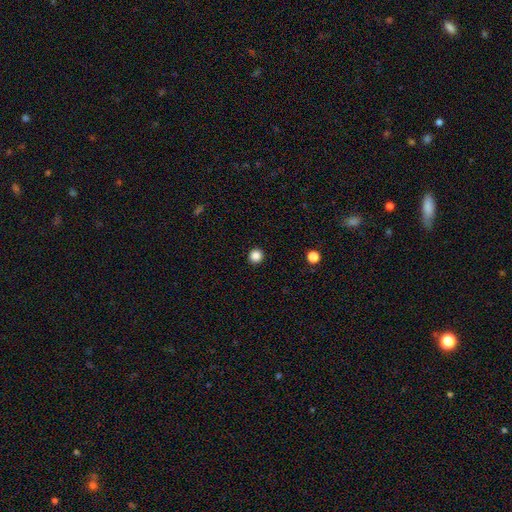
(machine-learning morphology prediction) A smooth galaxy with no disk features (86%) that is round (96%). Merging: none (94%).